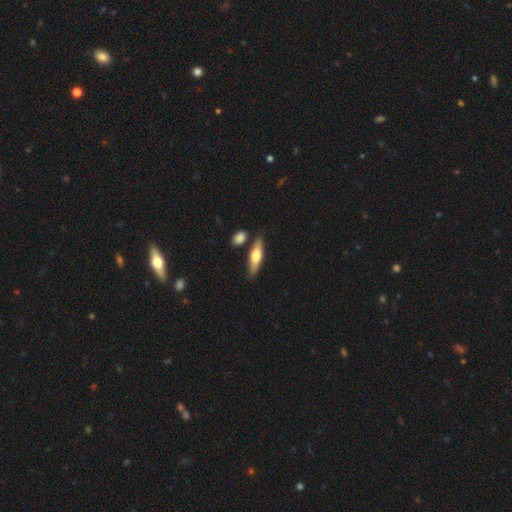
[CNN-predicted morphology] type=smooth (55%); roundness=cigar-shaped (62%); merging=none (79%).